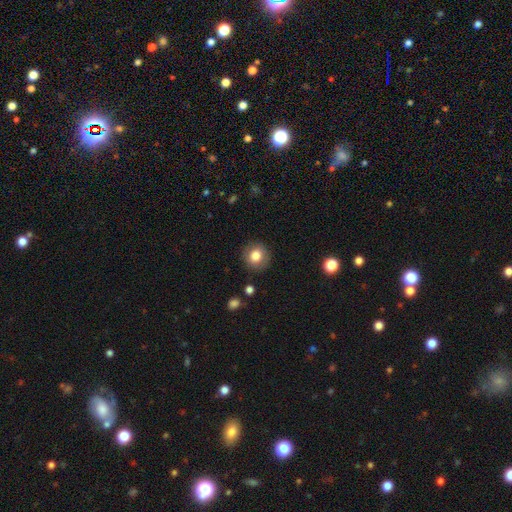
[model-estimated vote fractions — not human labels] Overall: smooth (81%). How rounded: round (86%). Merging: none (87%).